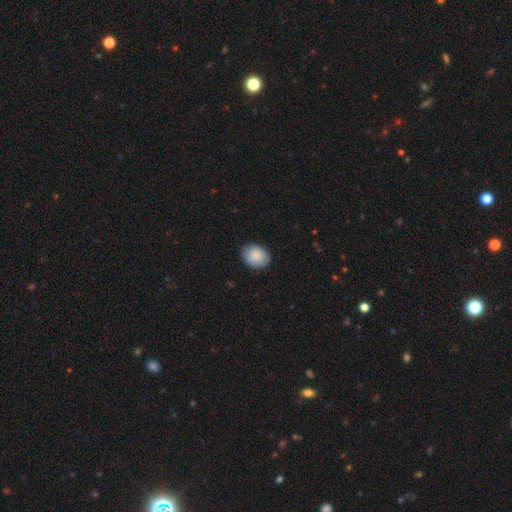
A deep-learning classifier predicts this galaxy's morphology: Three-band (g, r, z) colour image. It shows a smooth galaxy with no disk features (86%) that is in between round and cigar-shaped (58%). Merging: none (83%).